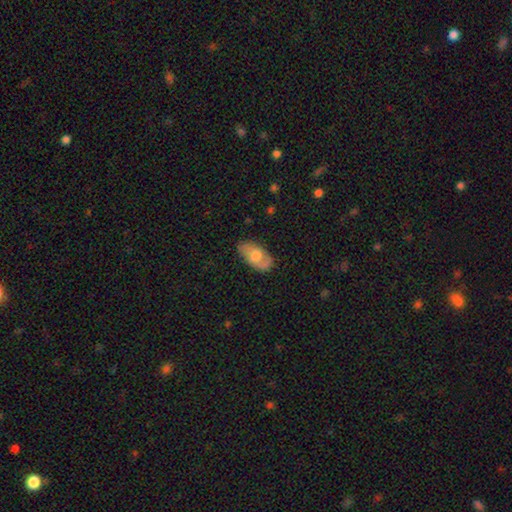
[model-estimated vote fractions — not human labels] Morphology: type=smooth (55%); roundness=in between (93%); merging=none (76%).